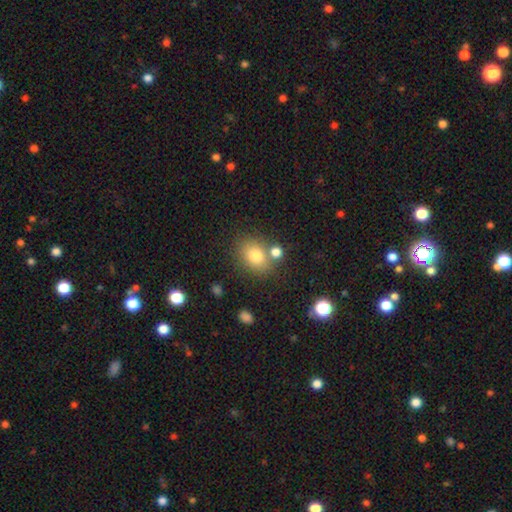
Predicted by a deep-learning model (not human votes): Q: Smooth or featured?
A: smooth (78%); runner-up: star or artifact (11%)
Q: How rounded?
A: round (50%); runner-up: in between (49%)
Q: Merging?
A: none (68%); runner-up: merger (16%)